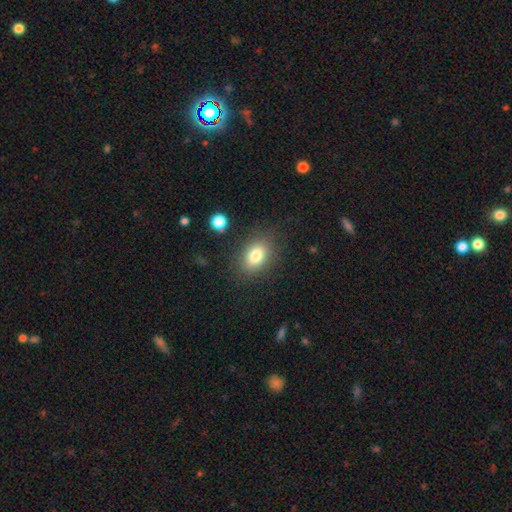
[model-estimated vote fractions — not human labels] Overall: smooth (80%). How rounded: in between (79%). Merging: none (83%).